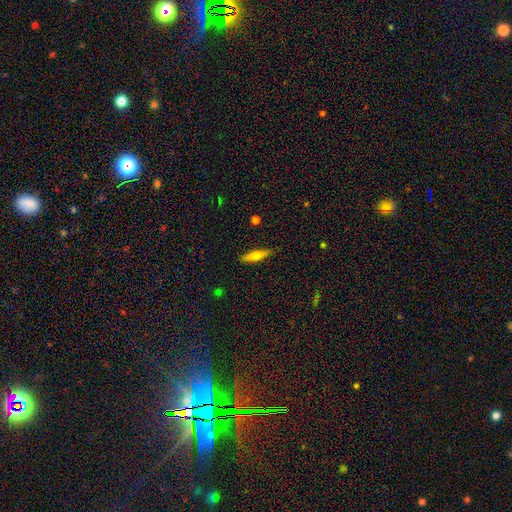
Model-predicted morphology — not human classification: Overall: smooth (58%; featured or disk 35%). How rounded: cigar-shaped (79%). Merging: none (88%).